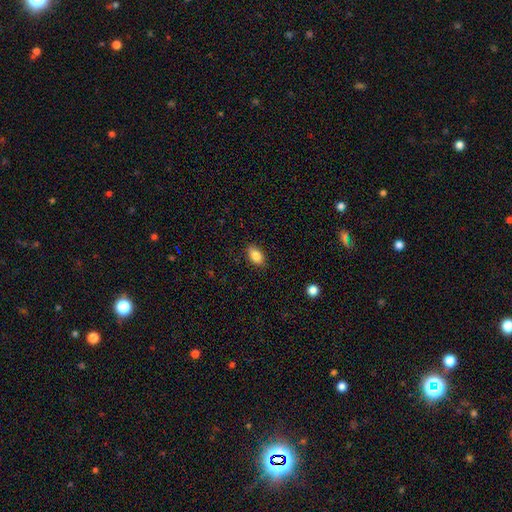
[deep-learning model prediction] Smooth or featured? smooth (84%)
How rounded? in between (89%)
Merging? none (86%)